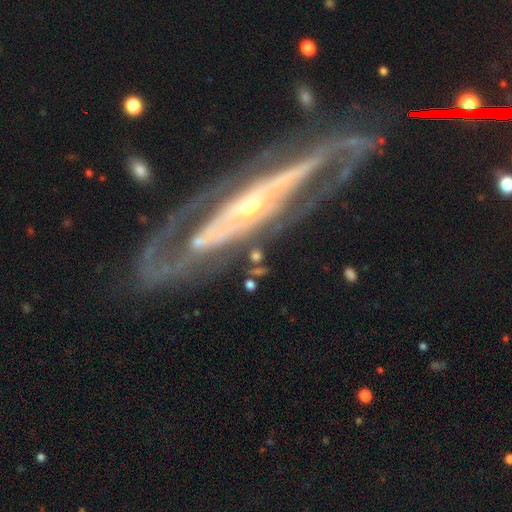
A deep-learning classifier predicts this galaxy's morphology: type=featured or disk (82%); edge-on=no (77%); bar=no (39%); spiral arms=yes (81%); winding=tight (44%); arm count=2 (56%); bulge=small (47%); merging=none (61%).